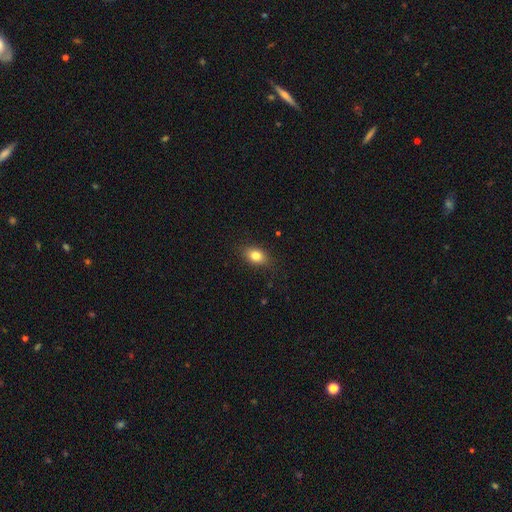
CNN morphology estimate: A smooth galaxy with no disk features (81%) that is in between round and cigar-shaped (77%).

Vote fractions:
- Smooth or featured? smooth: 81% / star or artifact: 10% / featured or disk: 9%
- How rounded? in between: 77% / round: 21% / cigar-shaped: 2%
- Merging? none: 86% / minor disturbance: 11% / major disturbance: 3% / merger: 1%